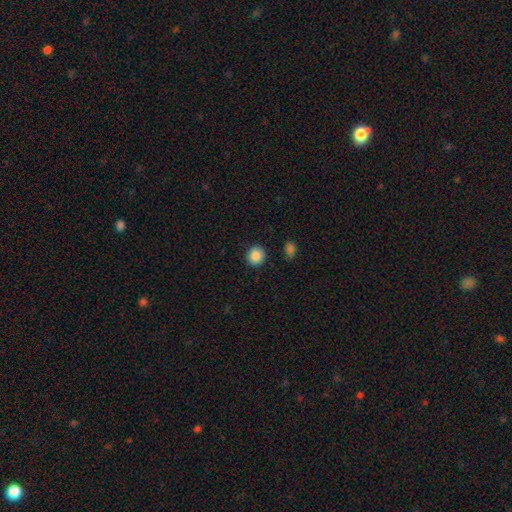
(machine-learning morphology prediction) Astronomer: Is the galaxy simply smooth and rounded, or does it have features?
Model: smooth — 87%.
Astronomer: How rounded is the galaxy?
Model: round — 88%.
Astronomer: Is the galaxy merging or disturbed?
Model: none — 89%.